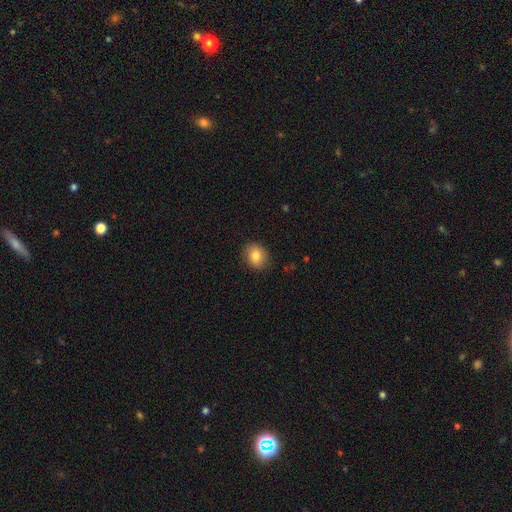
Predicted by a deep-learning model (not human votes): This is clearly a smooth galaxy (82%). How rounded: possibly in between (50%). Merging: clearly none (86%).